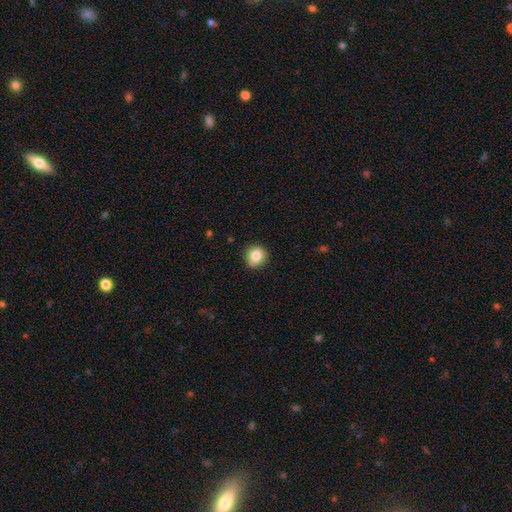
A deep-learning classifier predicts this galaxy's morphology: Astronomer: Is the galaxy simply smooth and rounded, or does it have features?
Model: smooth — 81%.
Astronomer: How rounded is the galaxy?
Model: round — 88%.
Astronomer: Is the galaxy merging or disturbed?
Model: none — 83%.